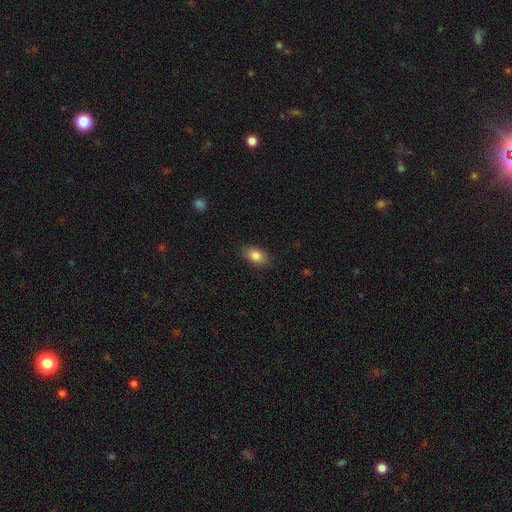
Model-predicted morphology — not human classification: Smooth or featured?
  - smooth: 84% *
  - featured or disk: 8%
  - star or artifact: 8%
How rounded?
  - in between: 90% *
  - round: 8%
  - cigar-shaped: 2%
Merging?
  - none: 87% *
  - minor disturbance: 10%
  - major disturbance: 2%
  - merger: 1%